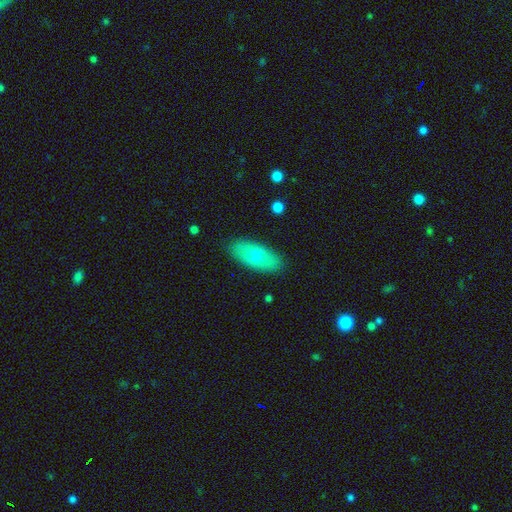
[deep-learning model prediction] This appears to be a smooth galaxy with no disk features (66%) that is in between round and cigar-shaped (86%). Merging: none (87%).